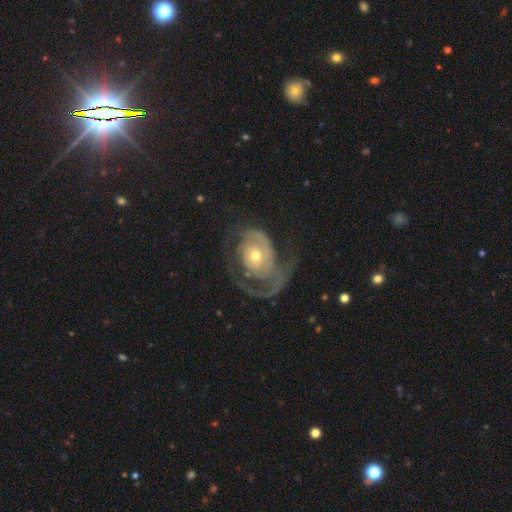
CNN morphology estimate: Smooth or featured? featured or disk (78%)
Edge-on disk? no (97%)
Bar? no (78%)
Spiral arms? yes (82%)
Spiral winding? tight (40%)
Spiral arm count? 1 (37%)
Bulge size? moderate (53%)
Merging? major disturbance (44%)